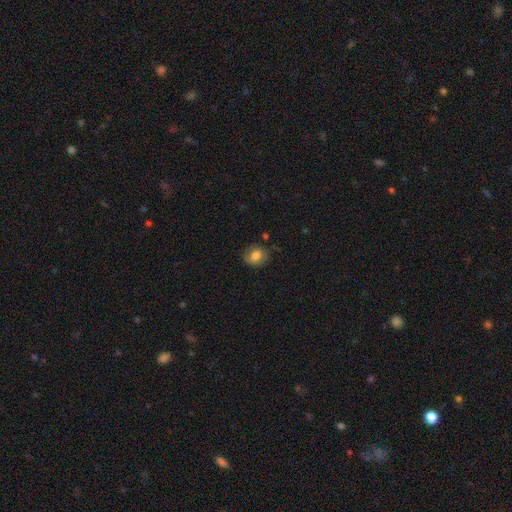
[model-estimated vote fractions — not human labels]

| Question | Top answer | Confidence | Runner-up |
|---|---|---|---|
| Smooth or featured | smooth | 74% | featured or disk (17%) |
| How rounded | round | 63% | in between (36%) |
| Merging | none | 72% | minor disturbance (20%) |